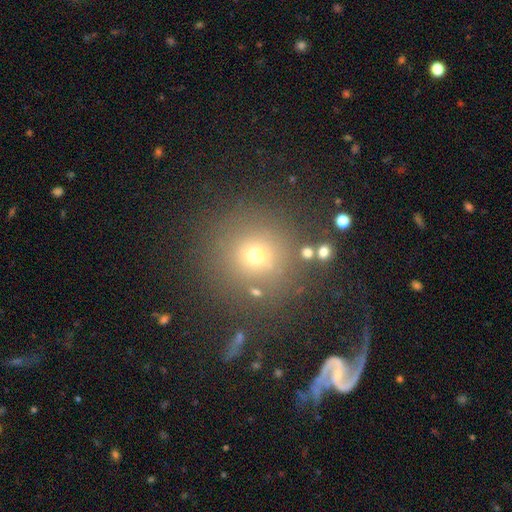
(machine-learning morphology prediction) smooth-or-featured: smooth: 66% | star or artifact: 22% | featured or disk: 12%
  how-rounded: round: 94% | in between: 5% | cigar-shaped: 1%
  merging: none: 80% | minor disturbance: 10% | major disturbance: 5% | merger: 5%